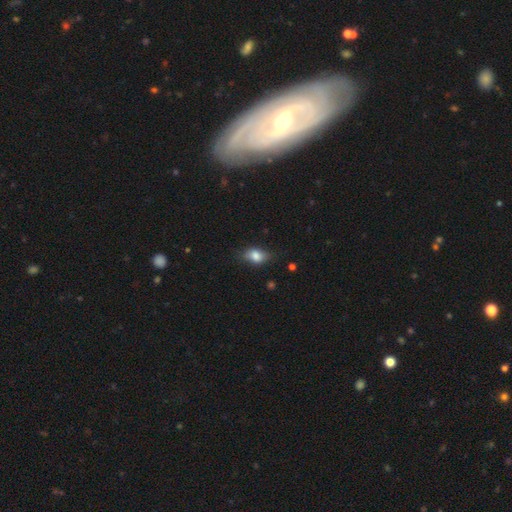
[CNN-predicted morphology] Smooth or featured?
  - smooth: 77% *
  - featured or disk: 15%
  - star or artifact: 9%
How rounded?
  - in between: 77% *
  - round: 19%
  - cigar-shaped: 4%
Merging?
  - none: 71% *
  - minor disturbance: 23%
  - major disturbance: 5%
  - merger: 1%